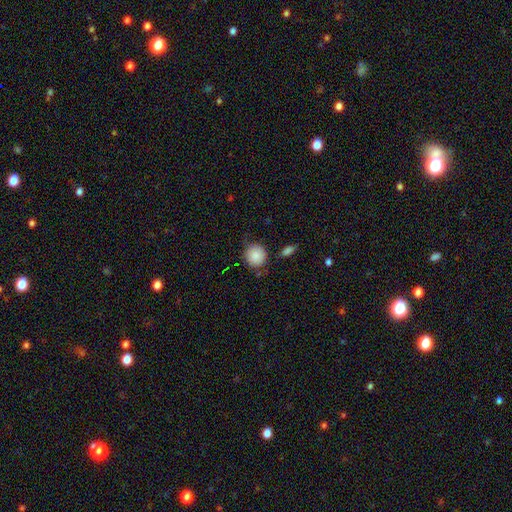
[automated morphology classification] Overall: smooth (88%). How rounded: round (89%). Merging: none (78%).